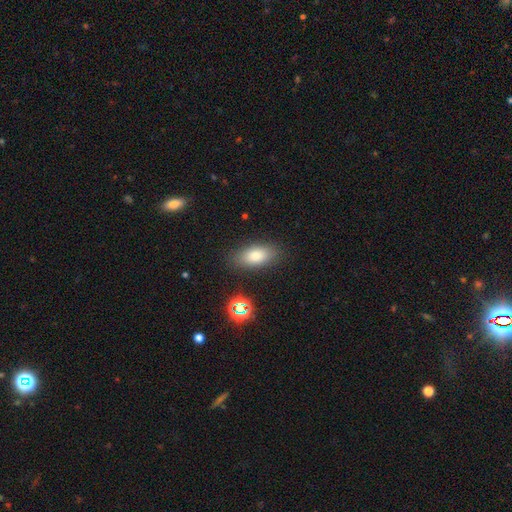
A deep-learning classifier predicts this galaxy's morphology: Smooth or featured? smooth (81%)
How rounded? in between (89%)
Merging? none (84%)